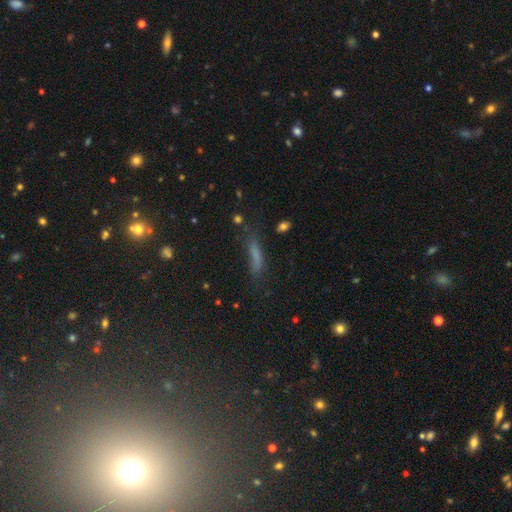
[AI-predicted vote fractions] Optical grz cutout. It shows a smooth galaxy with no disk features (67%) that is cigar-shaped (75%). Merging: none (58%).